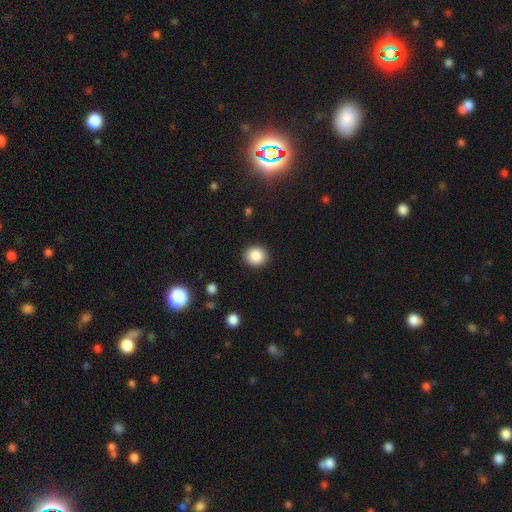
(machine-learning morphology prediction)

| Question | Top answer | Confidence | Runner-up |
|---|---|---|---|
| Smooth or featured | smooth | 87% | star or artifact (9%) |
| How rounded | round | 84% | in between (15%) |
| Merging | none | 91% | minor disturbance (6%) |